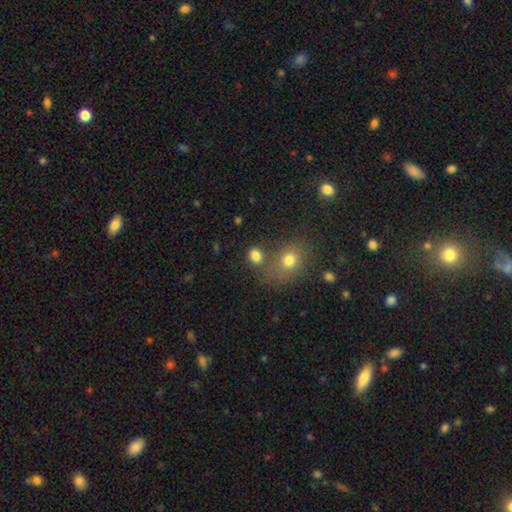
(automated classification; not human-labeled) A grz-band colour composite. It shows a smooth galaxy with no disk features (79%) that is round (56%). Merging: none (59%).